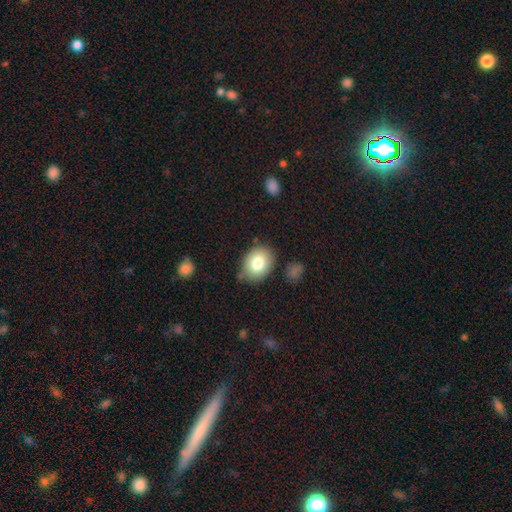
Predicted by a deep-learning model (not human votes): Q: Smooth or featured?
A: smooth (79%); runner-up: featured or disk (11%)
Q: How rounded?
A: in between (53%); runner-up: round (46%)
Q: Merging?
A: none (81%); runner-up: minor disturbance (13%)